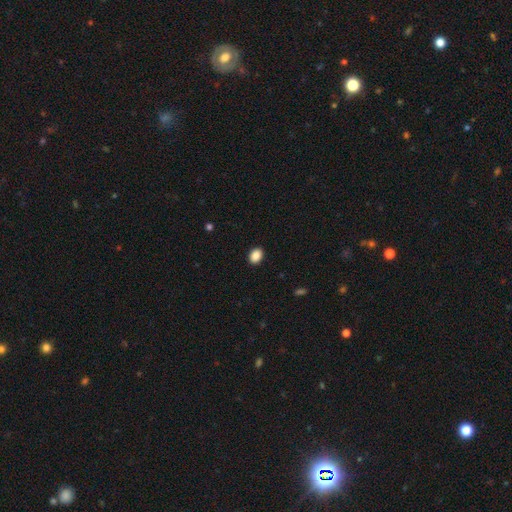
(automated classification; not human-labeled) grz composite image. It shows a smooth galaxy with no disk features (89%) that is in between round and cigar-shaped (69%). Merging: none (90%).